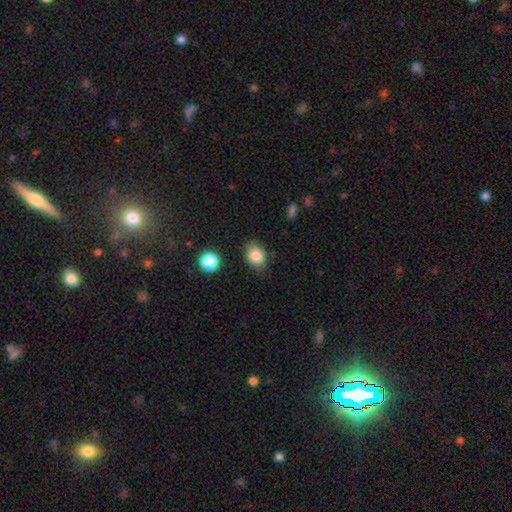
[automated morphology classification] Smooth or featured: smooth — 85% (star or artifact — 9%)
How rounded: in between — 61% (round — 38%)
Merging: none — 79% (minor disturbance — 15%)